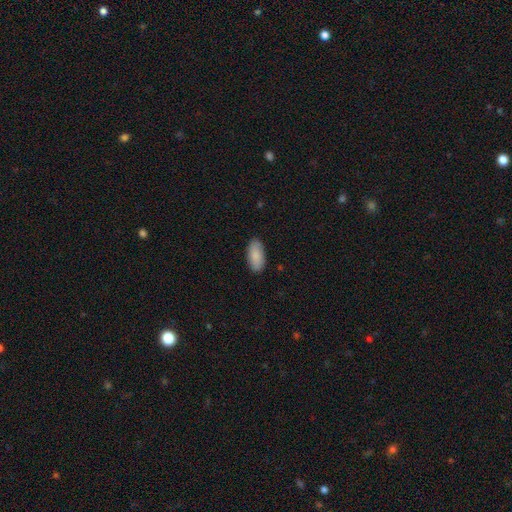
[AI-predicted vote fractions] smooth-or-featured: smooth: 89% | star or artifact: 6% | featured or disk: 5%
  how-rounded: in between: 92% | cigar-shaped: 6% | round: 2%
  merging: none: 88% | minor disturbance: 9% | major disturbance: 2% | merger: 1%